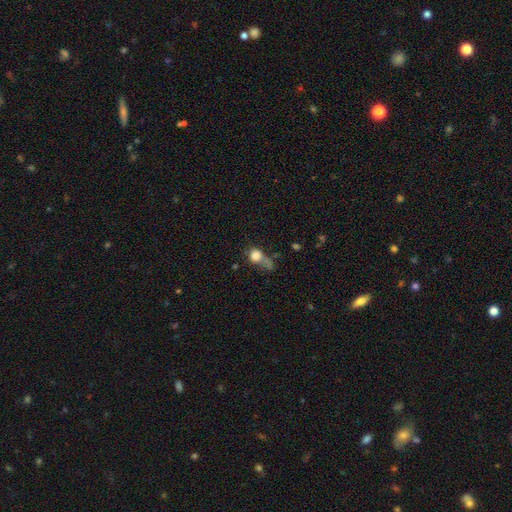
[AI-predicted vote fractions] Morphology: type=smooth (76%); roundness=round (74%); merging=none (30%).